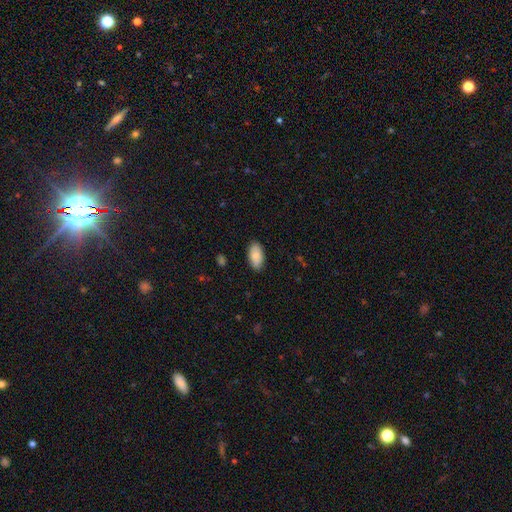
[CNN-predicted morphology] Overall: smooth (84%). How rounded: in between (94%). Merging: none (86%).